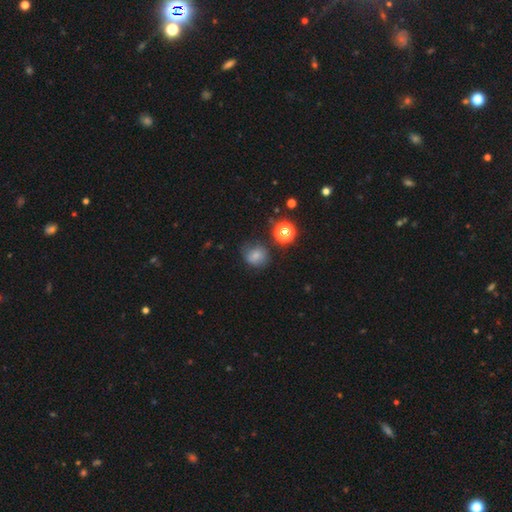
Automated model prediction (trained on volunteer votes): A smooth galaxy with no disk features (74%) that is round (76%). Merging: none (68%).